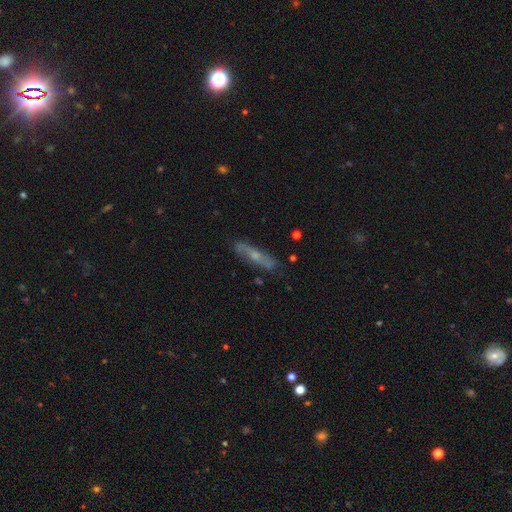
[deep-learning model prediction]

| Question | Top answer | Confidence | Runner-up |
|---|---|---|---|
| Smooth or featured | featured or disk | 59% | smooth (33%) |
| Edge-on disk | yes | 53% | no (47%) |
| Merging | none | 80% | minor disturbance (15%) |